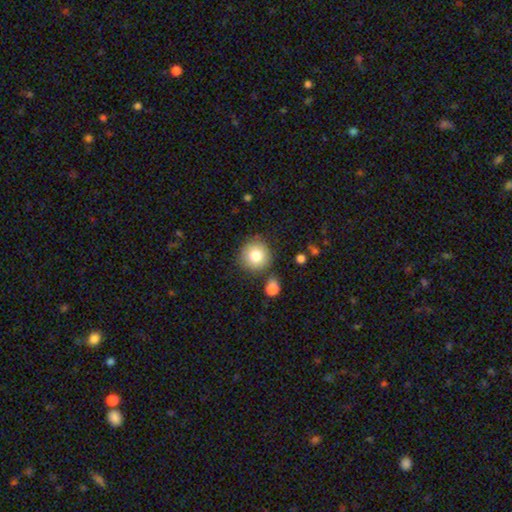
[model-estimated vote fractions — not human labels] Smooth or featured?
  - smooth: 80% *
  - featured or disk: 10%
  - star or artifact: 9%
How rounded?
  - round: 93% *
  - in between: 6%
  - cigar-shaped: 1%
Merging?
  - none: 79% *
  - minor disturbance: 10%
  - merger: 8%
  - major disturbance: 3%